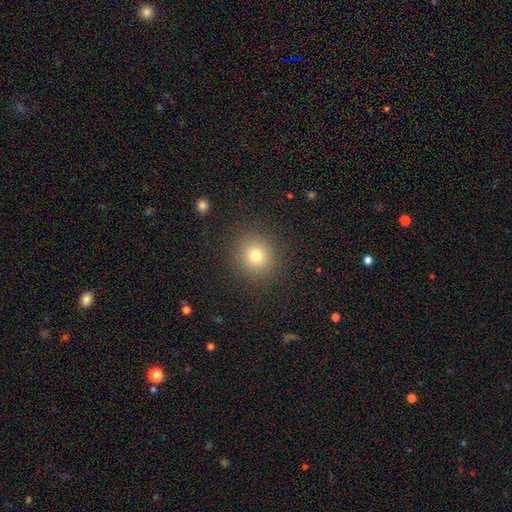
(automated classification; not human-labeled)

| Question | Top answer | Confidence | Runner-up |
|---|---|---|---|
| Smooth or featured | smooth | 76% | star or artifact (15%) |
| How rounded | round | 90% | in between (9%) |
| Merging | none | 90% | minor disturbance (6%) |